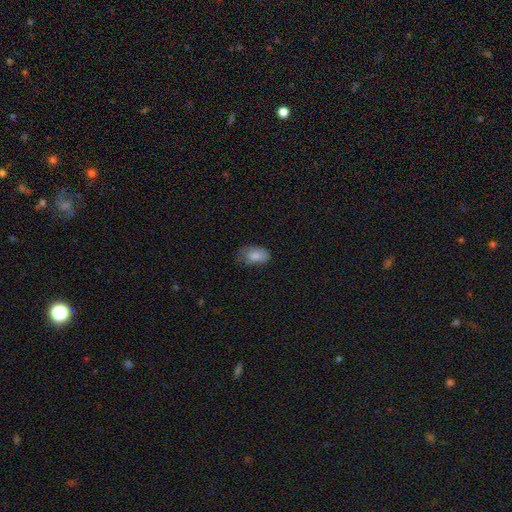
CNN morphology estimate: smooth-or-featured: smooth: 81% | featured or disk: 11% | star or artifact: 8%
  how-rounded: in between: 90% | round: 8% | cigar-shaped: 2%
  merging: none: 47% | minor disturbance: 36% | major disturbance: 14% | merger: 2%